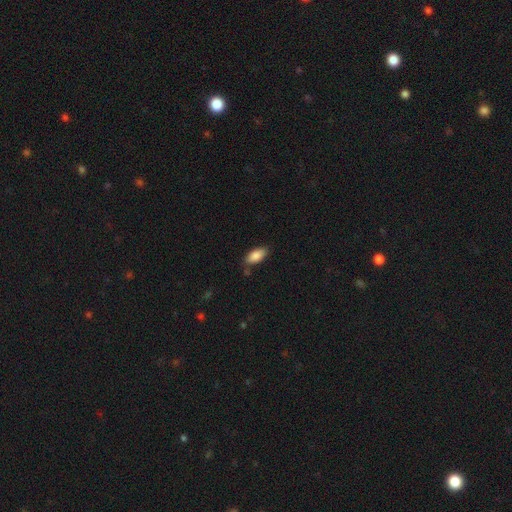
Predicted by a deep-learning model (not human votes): Overall: smooth (86%). How rounded: in between (88%). Merging: none (76%).